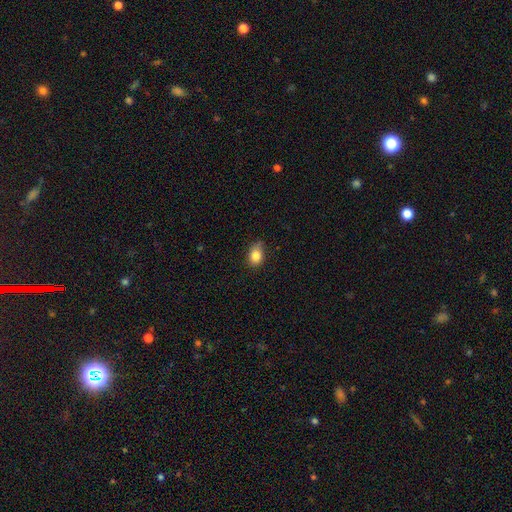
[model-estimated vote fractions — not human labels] Smooth or featured: smooth — 84% (star or artifact — 9%)
How rounded: in between — 69% (round — 30%)
Merging: none — 61% (minor disturbance — 31%)